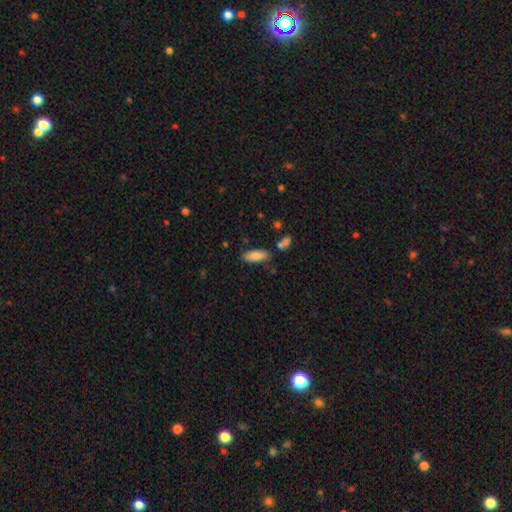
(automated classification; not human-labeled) Smooth or featured? Predicted: smooth (p=0.84). How rounded? Predicted: in between (p=0.67). Merging? Predicted: none (p=0.75).